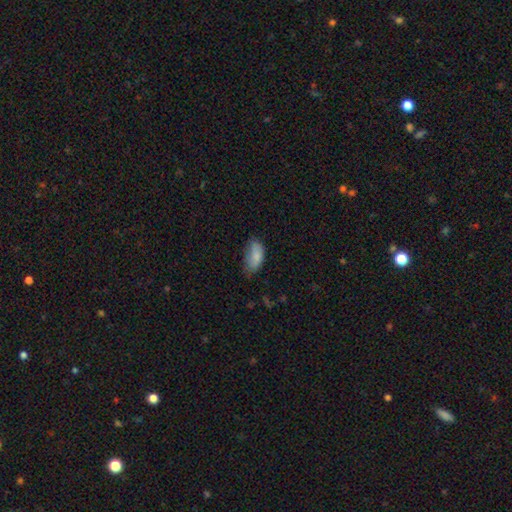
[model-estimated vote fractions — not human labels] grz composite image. It shows a smooth galaxy with no disk features (84%) that is in between round and cigar-shaped (91%). Merging: none (50%).